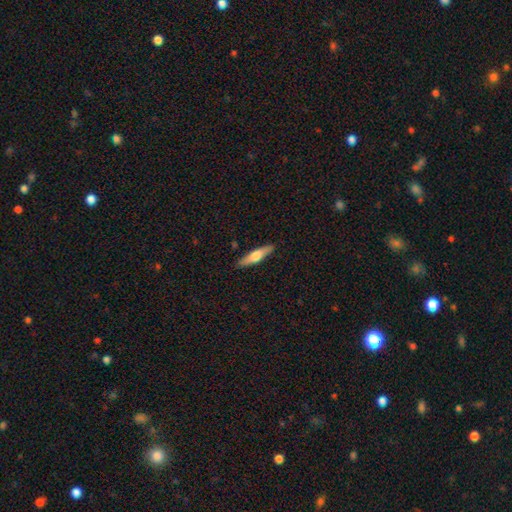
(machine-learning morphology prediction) Q: Smooth or featured?
A: smooth (50%); runner-up: featured or disk (44%)
Q: How rounded?
A: cigar-shaped (77%); runner-up: in between (21%)
Q: Merging?
A: none (89%); runner-up: minor disturbance (8%)